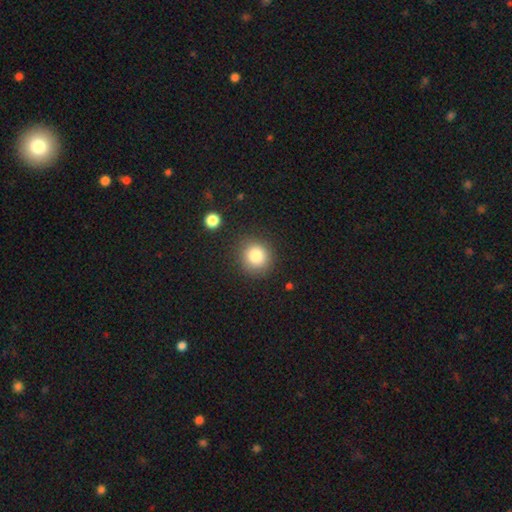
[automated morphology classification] This is clearly a smooth galaxy (82%). How rounded: clearly round (88%). Merging: clearly none (86%).